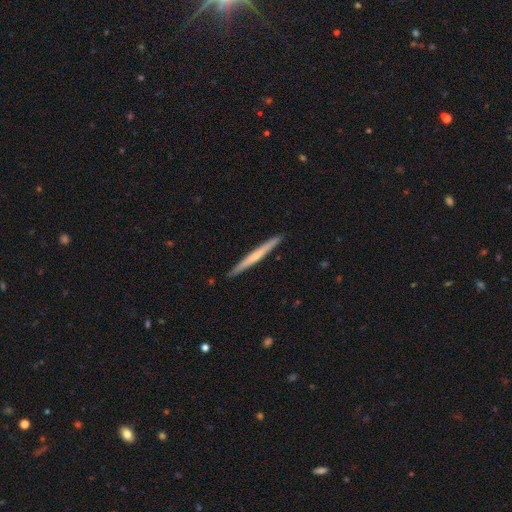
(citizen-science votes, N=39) Smooth or featured: featured or disk — 59% (smooth — 38%)
Edge-on disk: yes — 96% (no — 4%)
Edge-on bulge: none — 59% (rounded — 41%)
Merging: none — 92% (minor disturbance — 5%)